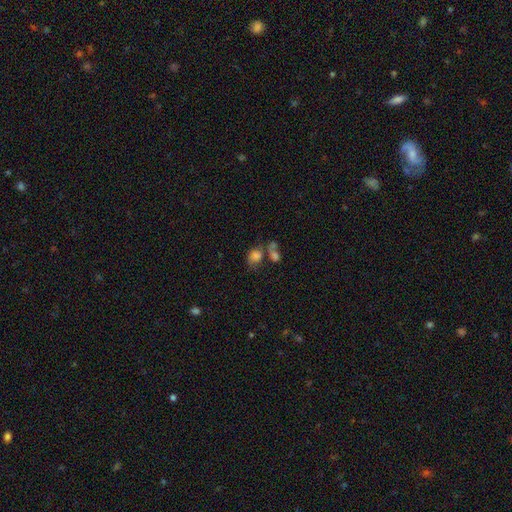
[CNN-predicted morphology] Q: Smooth or featured?
A: smooth (77%); runner-up: star or artifact (12%)
Q: How rounded?
A: round (53%); runner-up: in between (46%)
Q: Merging?
A: merger (41%); runner-up: none (33%)